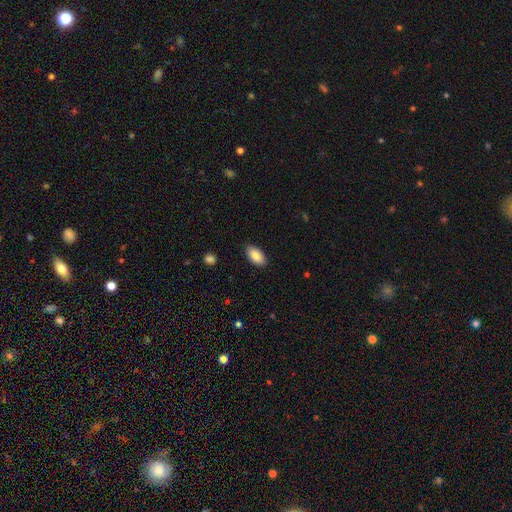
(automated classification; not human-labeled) Smooth or featured?
  - smooth: 90% *
  - star or artifact: 6%
  - featured or disk: 4%
How rounded?
  - in between: 95% *
  - cigar-shaped: 3%
  - round: 2%
Merging?
  - none: 88% *
  - minor disturbance: 9%
  - major disturbance: 2%
  - merger: 1%